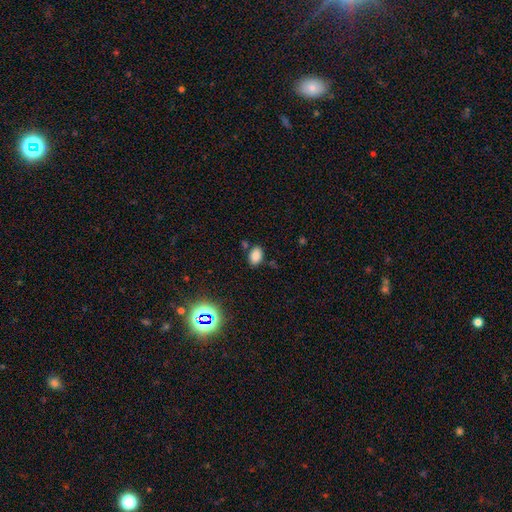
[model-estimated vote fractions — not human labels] Smooth or featured? Predicted: smooth (p=0.82). How rounded? Predicted: in between (p=0.85). Merging? Predicted: none (p=0.77).